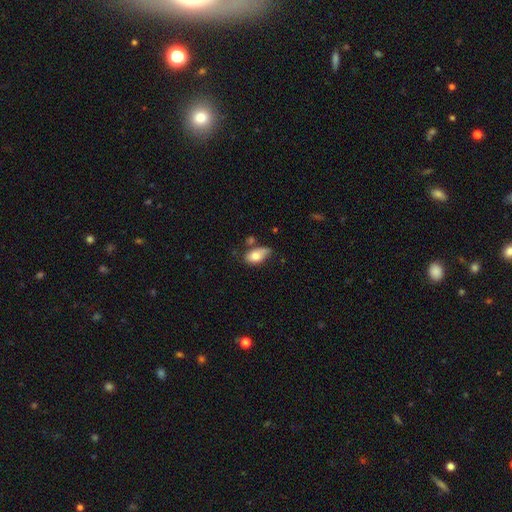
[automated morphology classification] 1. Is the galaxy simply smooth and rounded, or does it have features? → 75% smooth, 18% featured or disk, 7% star or artifact.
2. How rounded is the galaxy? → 90% in between, 7% round, 3% cigar-shaped.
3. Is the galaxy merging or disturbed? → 39% none, 34% minor disturbance, 14% merger, 13% major disturbance.